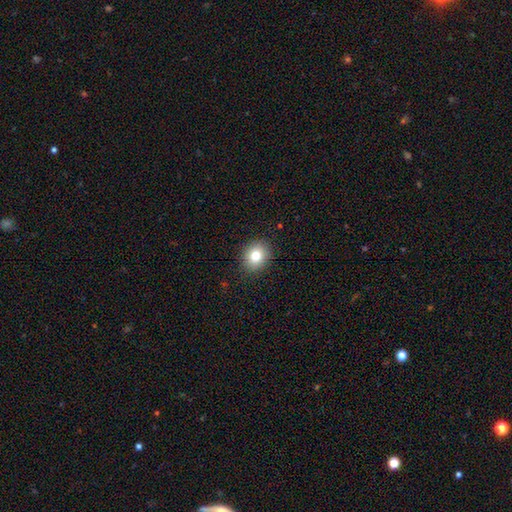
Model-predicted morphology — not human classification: The model was most divided on "how rounded": round: 63%, in between: 36%, cigar-shaped: 1%. More confident: merging — none (89%); smooth or featured — smooth (79%).